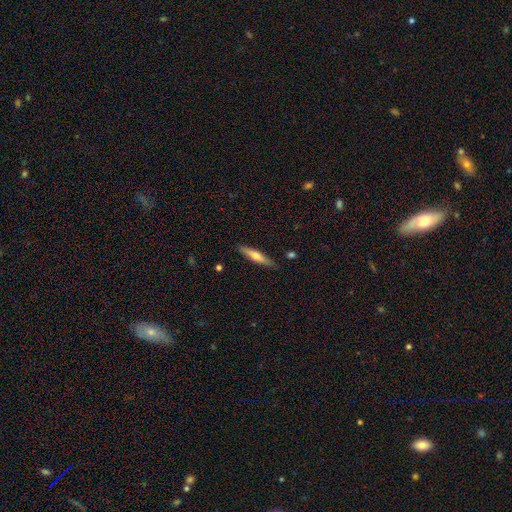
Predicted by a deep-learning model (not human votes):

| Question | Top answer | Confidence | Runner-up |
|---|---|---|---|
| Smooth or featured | smooth | 51% | featured or disk (43%) |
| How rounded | cigar-shaped | 87% | in between (11%) |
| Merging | none | 88% | minor disturbance (9%) |